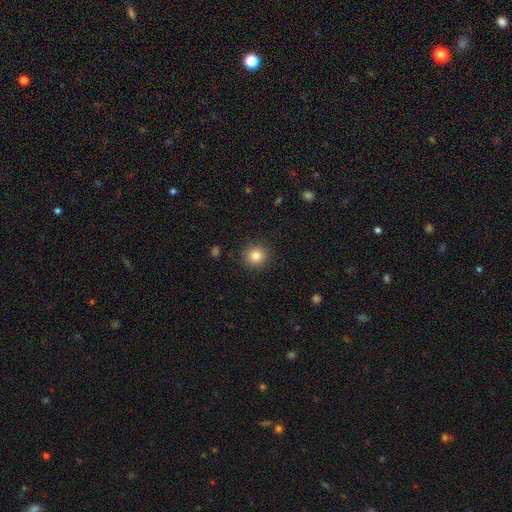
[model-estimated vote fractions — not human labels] Smooth or featured? Predicted: smooth (p=0.84). How rounded? Predicted: round (p=0.92). Merging? Predicted: none (p=0.90).